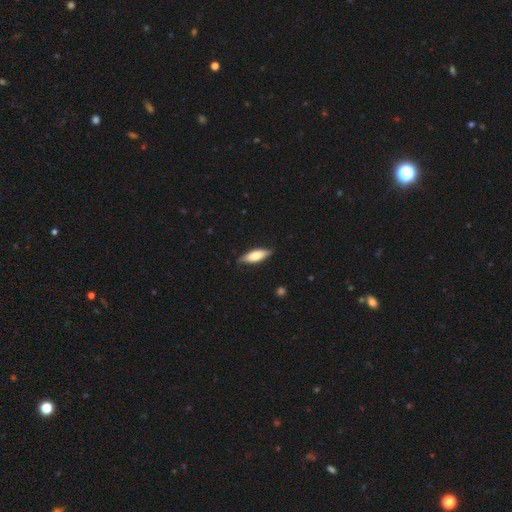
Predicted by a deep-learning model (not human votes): Smooth or featured: smooth — 70% (featured or disk — 24%)
How rounded: in between — 60% (cigar-shaped — 38%)
Merging: none — 82% (minor disturbance — 15%)